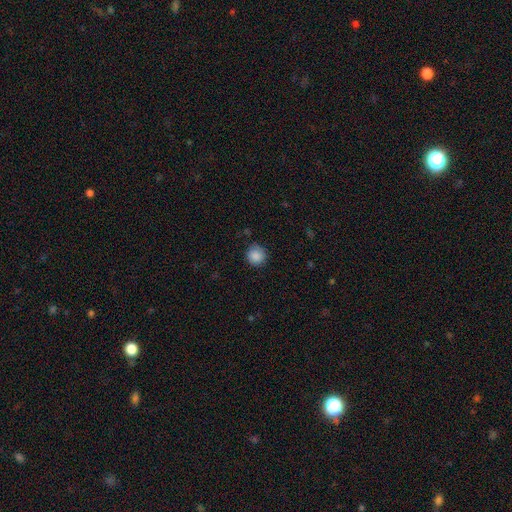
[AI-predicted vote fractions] smooth-or-featured: smooth: 87% | star or artifact: 9% | featured or disk: 4%
  how-rounded: round: 93% | in between: 6% | cigar-shaped: 1%
  merging: none: 84% | minor disturbance: 12% | major disturbance: 3% | merger: 1%